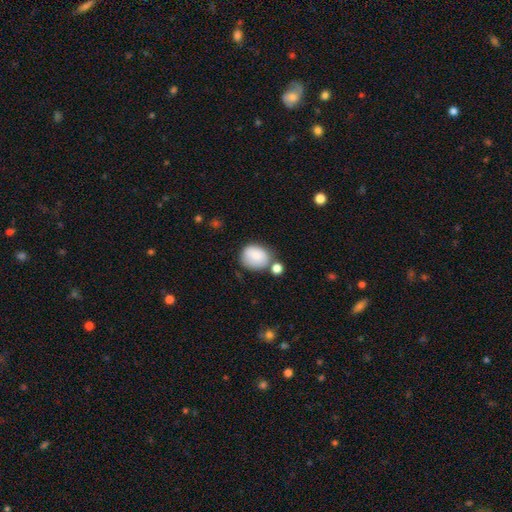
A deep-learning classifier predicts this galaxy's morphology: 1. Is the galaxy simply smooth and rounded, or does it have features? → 82% smooth, 10% featured or disk, 8% star or artifact.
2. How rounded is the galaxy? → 51% round, 48% in between, 1% cigar-shaped.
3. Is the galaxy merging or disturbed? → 56% none, 20% minor disturbance, 18% merger, 6% major disturbance.